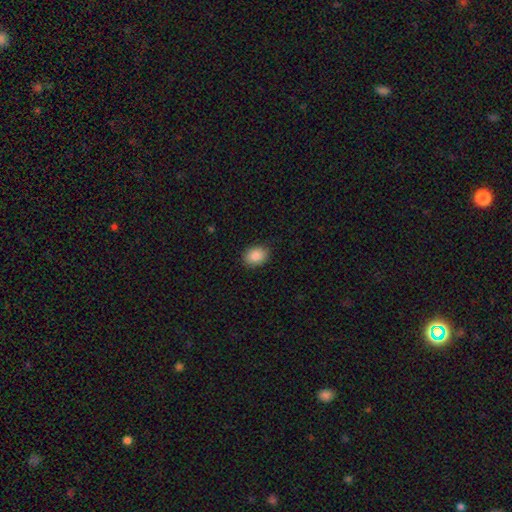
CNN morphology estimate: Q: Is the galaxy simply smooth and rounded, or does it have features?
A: smooth — 90%.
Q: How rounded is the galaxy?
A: in between — 69%.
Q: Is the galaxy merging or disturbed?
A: none — 86%.